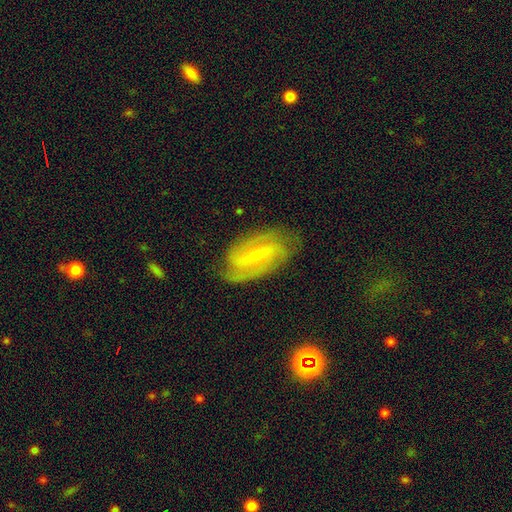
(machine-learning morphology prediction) Smooth or featured?
  - featured or disk: 84% *
  - smooth: 10%
  - star or artifact: 6%
Edge-on disk?
  - no: 94% *
  - yes: 6%
Bar?
  - strong: 39% * (tied)
  - weak: 39% * (tied)
  - no: 22%
Spiral arms?
  - yes: 94% *
  - no: 6%
Spiral winding?
  - medium: 43% *
  - tight: 40%
  - loose: 18%
Spiral arm count?
  - 2: 65% *
  - can't tell: 14%
  - 3: 12%
  - 4: 4%
  - 1: 3%
  - more than 4: 3%
Bulge size?
  - small: 70% *
  - moderate: 27%
  - none: 1%
  - large: 1%
  - dominant: 1%
Merging?
  - none: 76% *
  - minor disturbance: 17%
  - major disturbance: 6%
  - merger: 1%